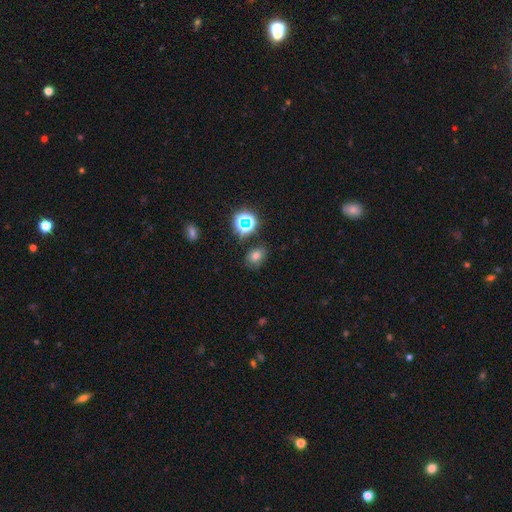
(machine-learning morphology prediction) Smooth or featured?
  - smooth: 68% *
  - star or artifact: 22%
  - featured or disk: 9%
How rounded?
  - in between: 62% *
  - round: 36%
  - cigar-shaped: 1%
Merging?
  - none: 77% *
  - minor disturbance: 15%
  - major disturbance: 4%
  - merger: 4%